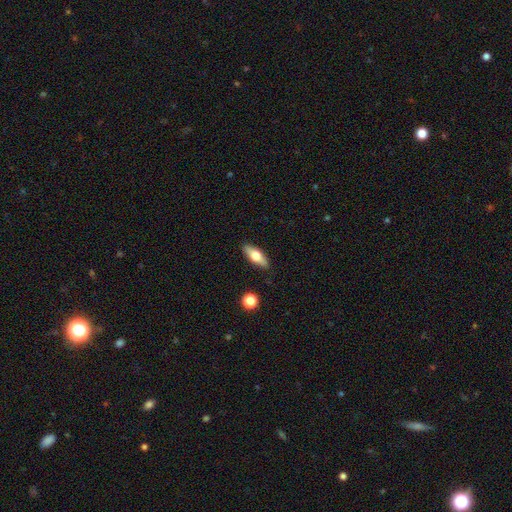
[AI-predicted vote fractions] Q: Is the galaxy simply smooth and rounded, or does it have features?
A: smooth — 62%.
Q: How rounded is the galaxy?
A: in between — 68%.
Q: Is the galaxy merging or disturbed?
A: none — 87%.